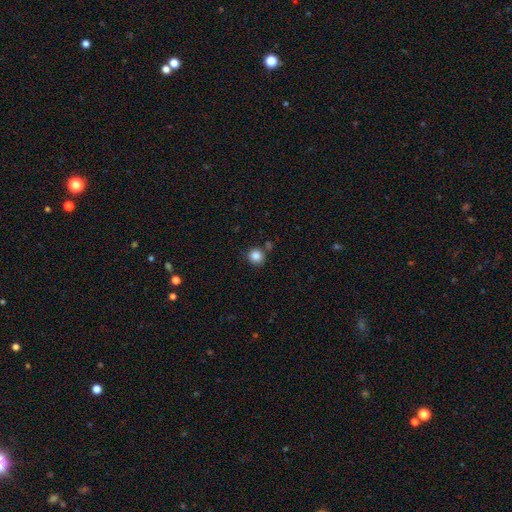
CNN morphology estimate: smooth 85%, star or artifact 11%, featured or disk 4%. Down the decision tree: how rounded — round (91%); merging — none (82%).